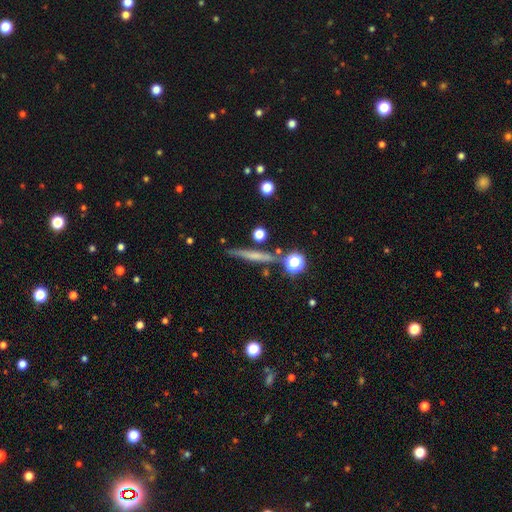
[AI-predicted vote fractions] Q: Smooth or featured?
A: smooth (48%); runner-up: featured or disk (41%)
Q: Merging?
A: none (83%); runner-up: minor disturbance (9%)